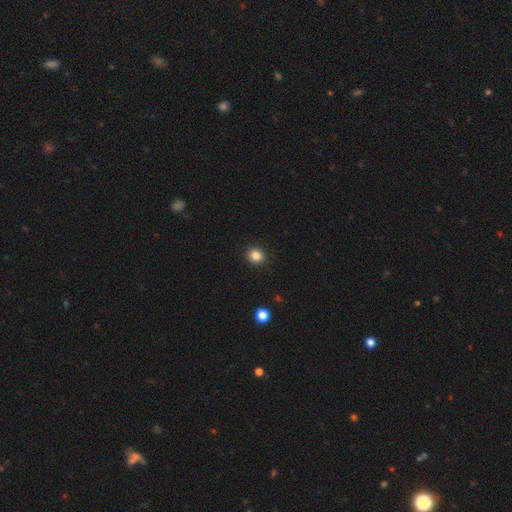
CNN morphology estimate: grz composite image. It shows a smooth galaxy with no disk features (84%) that is round (87%). Merging: none (92%).